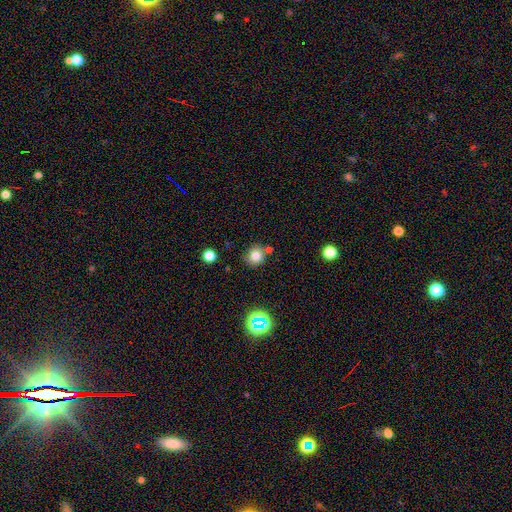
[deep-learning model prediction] Morphology: type=smooth (78%); roundness=round (82%); merging=none (73%).